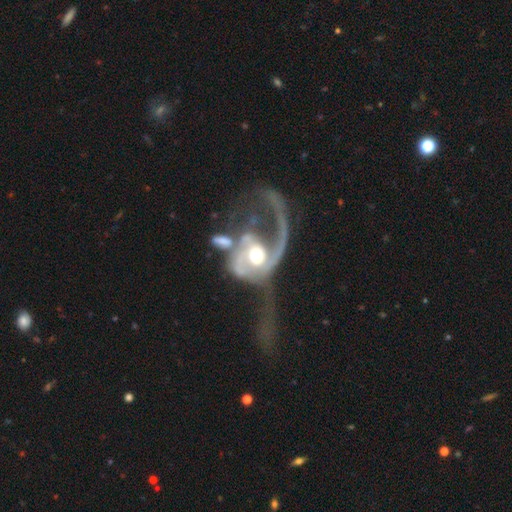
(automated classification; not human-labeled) Morphology: type=featured or disk (83%); edge-on=no (97%); bar=no (61%); spiral arms=yes (89%); winding=loose (59%); arm count=2 (42%); bulge=moderate (68%); merging=major disturbance (49%).